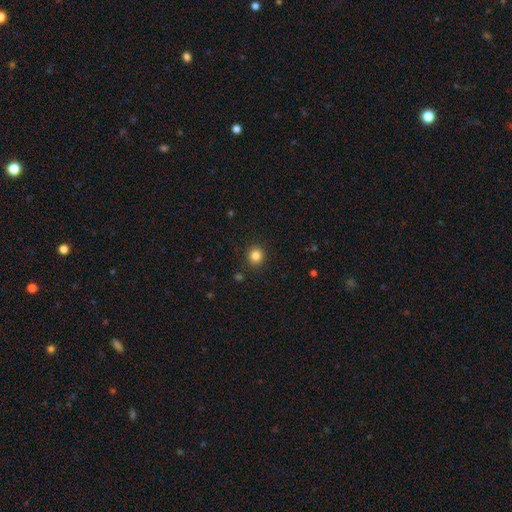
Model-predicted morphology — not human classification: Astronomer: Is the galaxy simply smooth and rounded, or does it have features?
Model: smooth — 84%.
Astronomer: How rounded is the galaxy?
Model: round — 89%.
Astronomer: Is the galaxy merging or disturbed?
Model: none — 91%.